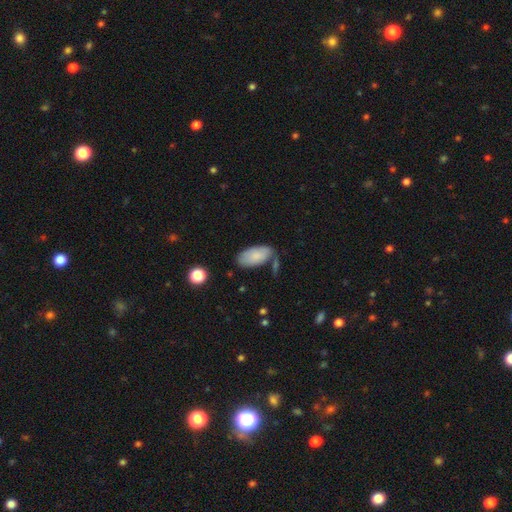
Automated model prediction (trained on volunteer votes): Overall: smooth (83%). How rounded: in between (94%). Merging: none (65%).